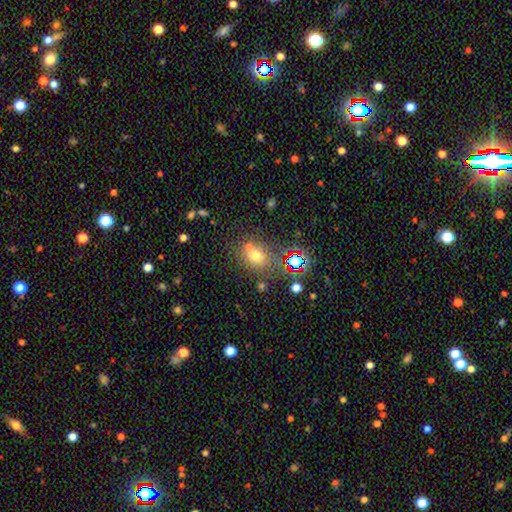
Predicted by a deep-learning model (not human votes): This appears to be a smooth galaxy with no disk features (64%) that is round (63%). Merging: none (61%).